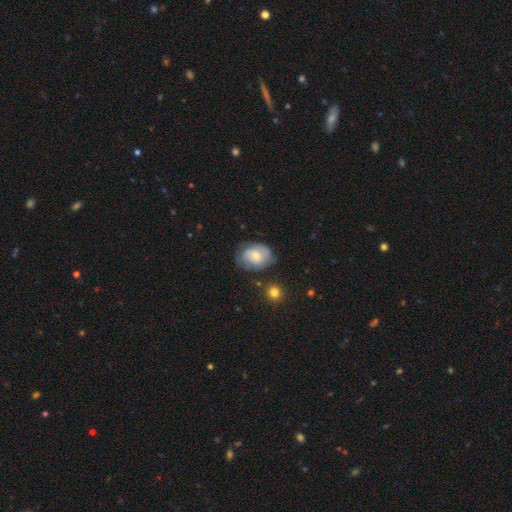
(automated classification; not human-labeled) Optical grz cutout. It shows a smooth galaxy with no disk features (48%). Merging: none (62%).